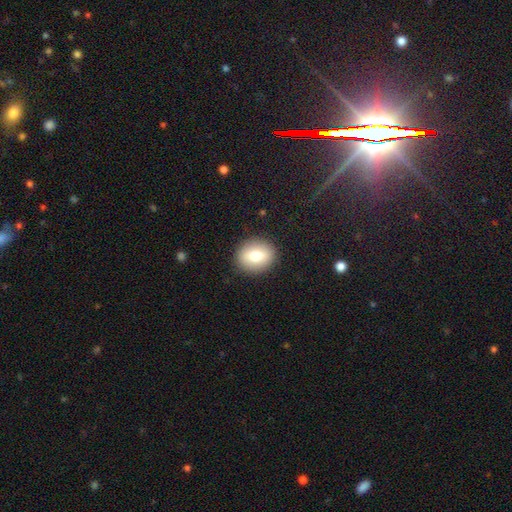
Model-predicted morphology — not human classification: smooth 74%, featured or disk 17%, star or artifact 8%. Down the decision tree: how rounded — round (63%); merging — none (90%).